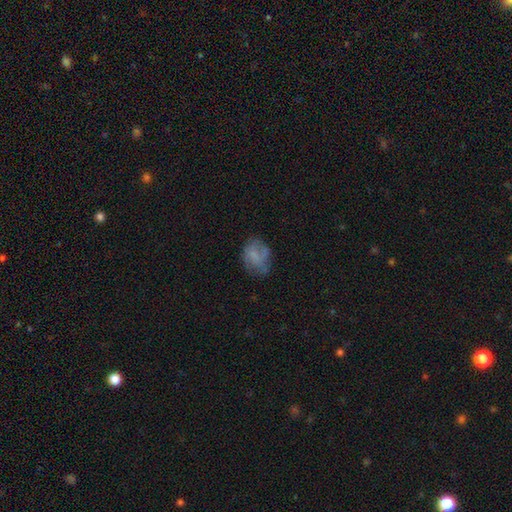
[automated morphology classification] smooth_or_featured: smooth (p=0.56) [alt: featured or disk p=0.33]
how_rounded: in between (p=0.62) [alt: round p=0.37]
merging: none (p=0.52) [alt: minor disturbance p=0.28]